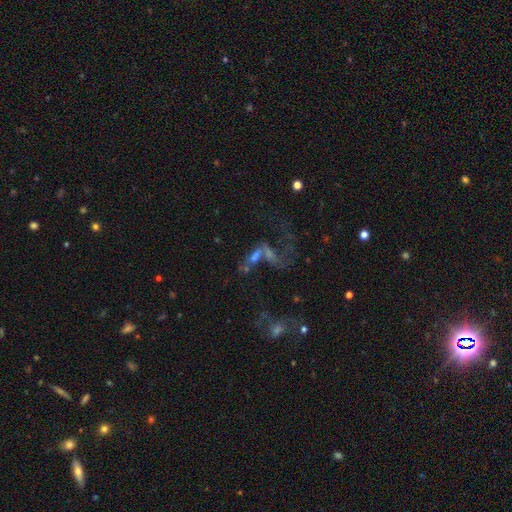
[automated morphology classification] Smooth or featured? featured or disk (41%)
Merging? merger (46%)